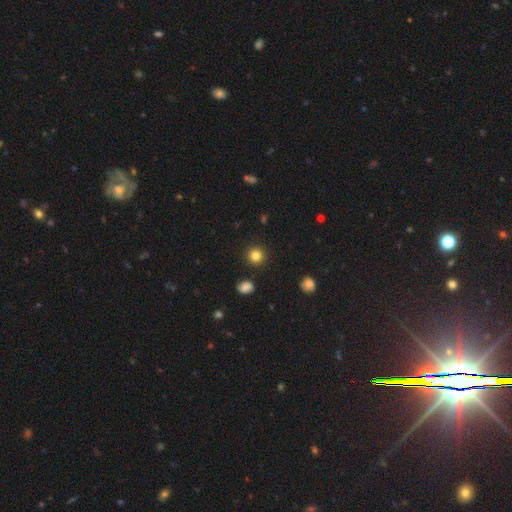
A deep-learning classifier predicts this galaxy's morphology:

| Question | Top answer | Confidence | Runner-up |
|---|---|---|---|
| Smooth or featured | smooth | 83% | star or artifact (12%) |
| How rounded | round | 94% | in between (5%) |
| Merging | none | 91% | minor disturbance (5%) |